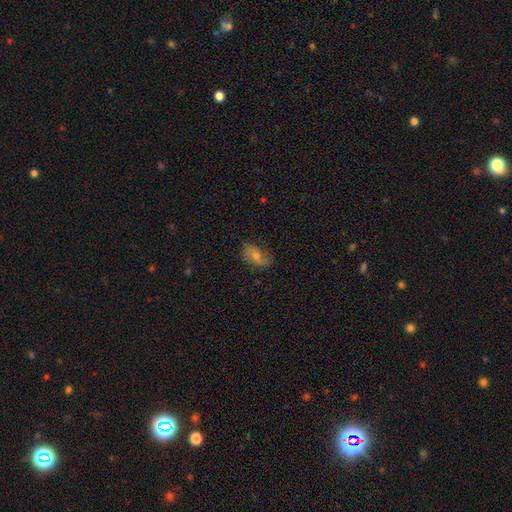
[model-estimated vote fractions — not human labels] Smooth or featured? Predicted: featured or disk (p=0.60). Edge-on disk? Predicted: no (p=0.93). Bar? Predicted: no (p=0.53). Spiral arms? Predicted: yes (p=0.85). Bulge size? Predicted: moderate (p=0.54). Merging? Predicted: none (p=0.74).